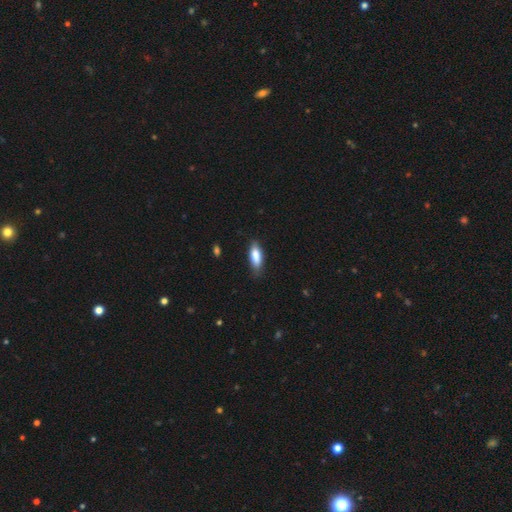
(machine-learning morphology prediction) A smooth galaxy with no disk features (83%) that is in between round and cigar-shaped (67%). Merging: none (79%).